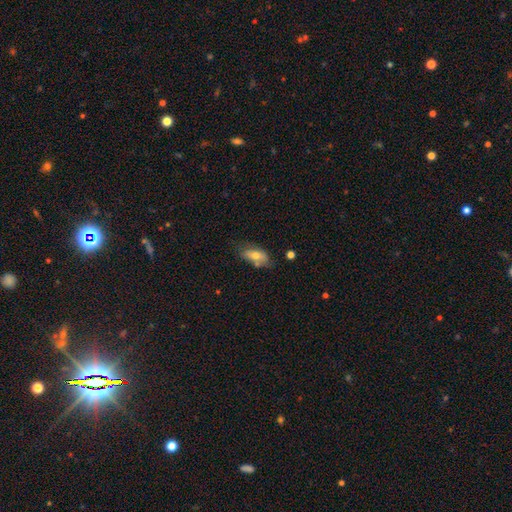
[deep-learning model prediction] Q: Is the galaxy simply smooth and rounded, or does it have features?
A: smooth — 68%.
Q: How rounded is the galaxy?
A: in between — 88%.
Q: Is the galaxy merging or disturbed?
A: none — 57%.